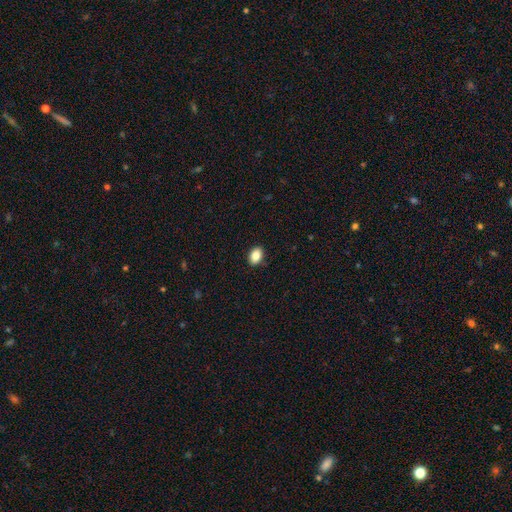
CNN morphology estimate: A smooth galaxy with no disk features (87%) that is in between round and cigar-shaped (80%). Merging: none (89%).